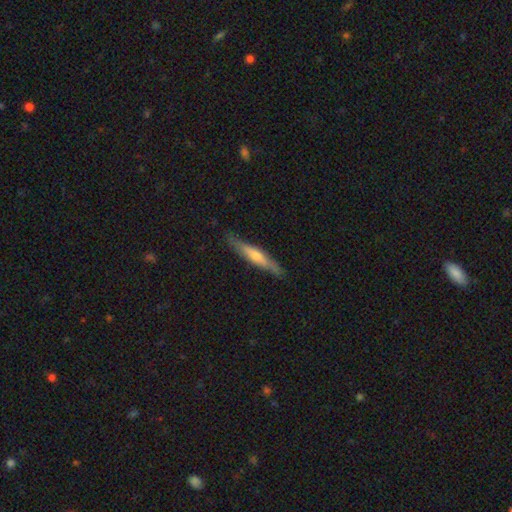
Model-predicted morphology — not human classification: Smooth or featured: featured or disk — 51% (smooth — 44%)
Edge-on disk: yes — 90% (no — 10%)
Merging: none — 85% (minor disturbance — 12%)